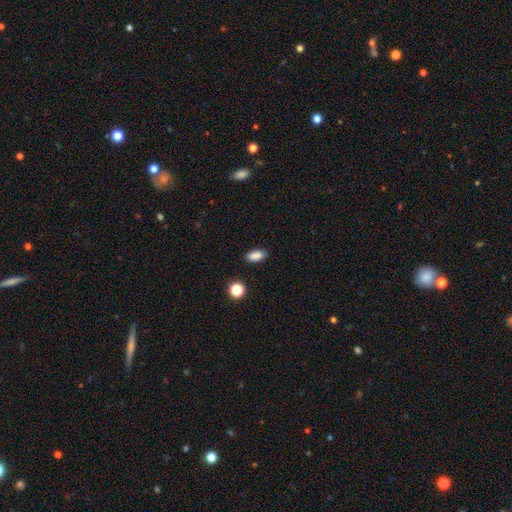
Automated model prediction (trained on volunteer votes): Smooth or featured? Predicted: smooth (p=0.86). How rounded? Predicted: in between (p=0.88). Merging? Predicted: none (p=0.87).